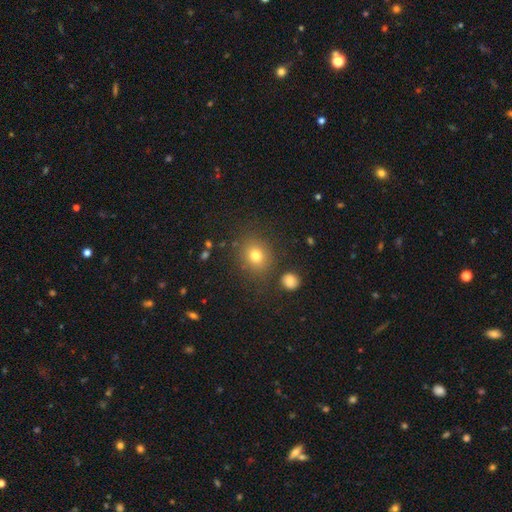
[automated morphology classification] Overall: smooth (77%). How rounded: round (73%). Merging: none (82%).